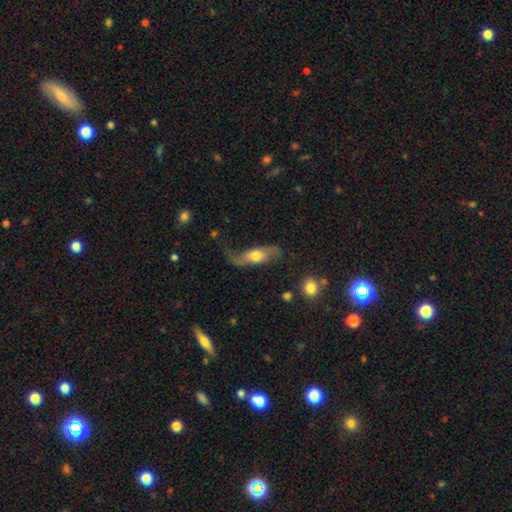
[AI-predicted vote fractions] A featured or disk galaxy (64%).

Vote fractions:
- Smooth or featured? featured or disk: 64% / smooth: 30% / star or artifact: 6%
- Edge-on disk? no: 78% / yes: 22%
- Merging? none: 52% / minor disturbance: 25% / major disturbance: 20% / merger: 3%